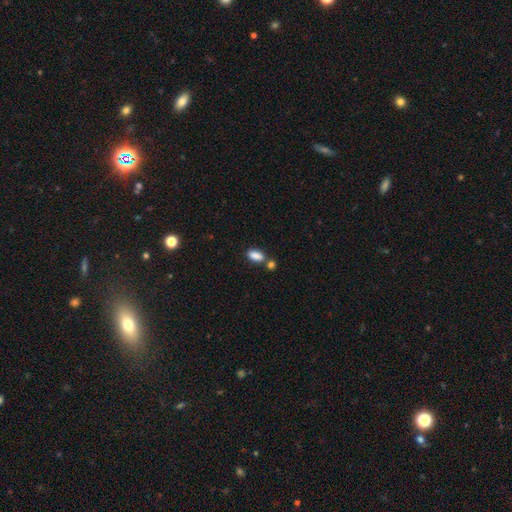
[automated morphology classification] smooth-or-featured: smooth: 87% | star or artifact: 8% | featured or disk: 4%
  how-rounded: in between: 90% | cigar-shaped: 5% | round: 5%
  merging: none: 61% | merger: 25% | minor disturbance: 11% | major disturbance: 3%